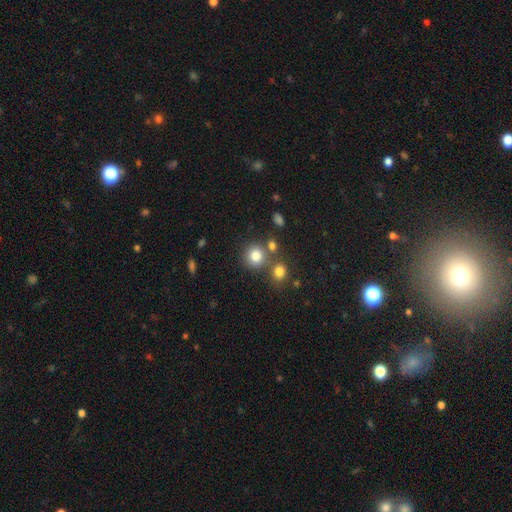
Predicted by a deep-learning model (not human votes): smooth_or_featured: smooth (p=0.80) [alt: star or artifact p=0.12]
how_rounded: round (p=0.87) [alt: in between p=0.12]
merging: none (p=0.69) [alt: merger p=0.17]